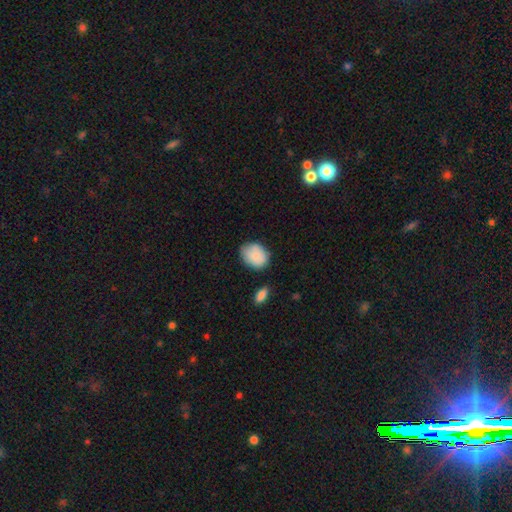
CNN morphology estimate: smooth_or_featured: smooth (p=0.85) [alt: featured or disk p=0.08]
how_rounded: in between (p=0.64) [alt: round p=0.35]
merging: none (p=0.66) [alt: minor disturbance p=0.25]